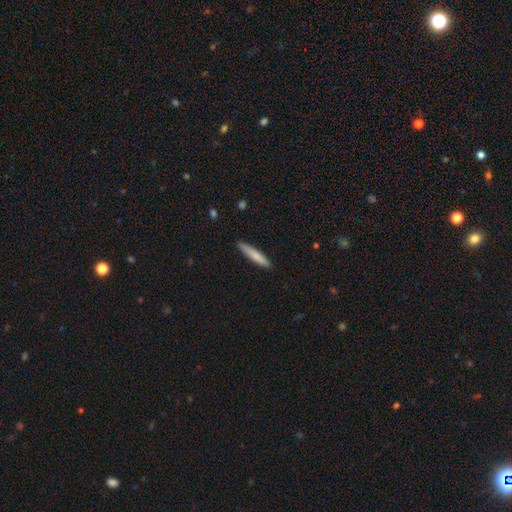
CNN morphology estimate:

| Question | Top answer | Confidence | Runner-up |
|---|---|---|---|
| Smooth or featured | smooth | 79% | featured or disk (16%) |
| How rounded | cigar-shaped | 92% | in between (7%) |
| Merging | none | 89% | minor disturbance (8%) |